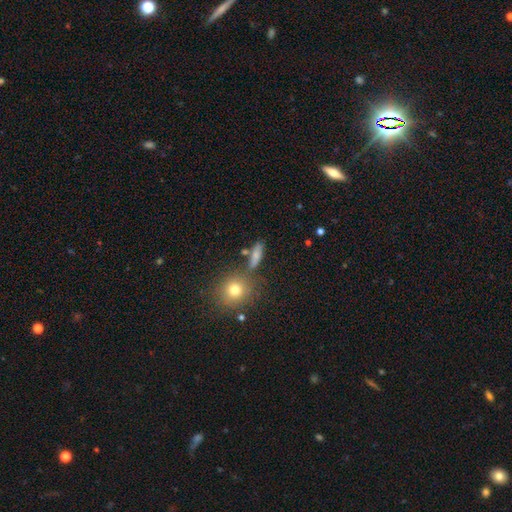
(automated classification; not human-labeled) A smooth galaxy with no disk features (72%) that is in between round and cigar-shaped (44%). Merging: none (70%).